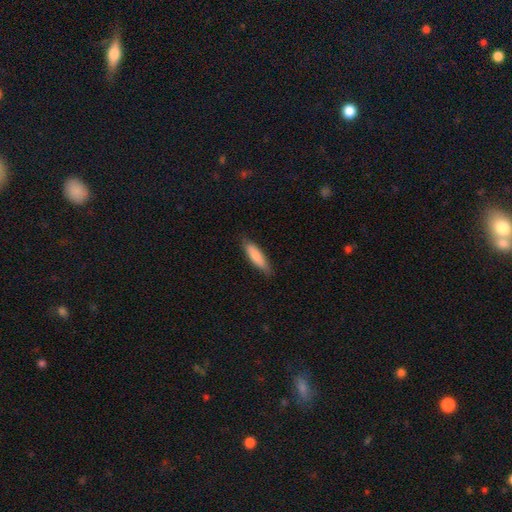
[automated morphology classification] A smooth galaxy with no disk features (82%) that is cigar-shaped (64%). Merging: none (81%).